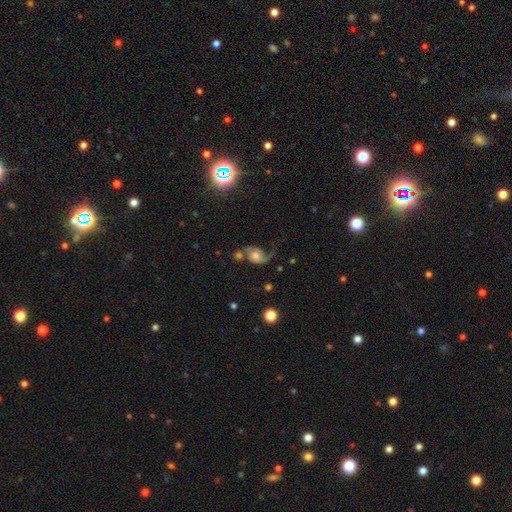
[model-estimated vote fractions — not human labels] A featured or disk galaxy (68%) with no bar (74%), 2 (63%) loose (54%) spiral arms (90%) and a moderate central bulge (56%).

Vote fractions:
- Smooth or featured? featured or disk: 68% / smooth: 22% / star or artifact: 10%
- Edge-on disk? no: 97% / yes: 3%
- Bar? no: 74% / weak: 22% / strong: 4%
- Spiral arms? yes: 90% / no: 10%
- Spiral winding? loose: 54% / medium: 33% / tight: 13%
- Spiral arm count? 2: 63% / 1: 29% / can't tell: 5% / 3: 1% / 4: 1% / more than 4: 1%
- Bulge size? moderate: 56% / small: 26% / large: 12% / none: 4% / dominant: 2%
- Merging? none: 38% / major disturbance: 25% / minor disturbance: 21% / merger: 15%